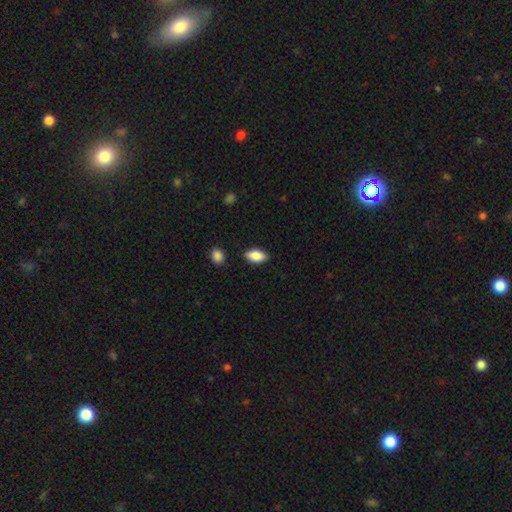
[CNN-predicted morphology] A smooth galaxy with no disk features (86%) that is in between round and cigar-shaped (90%). Merging: none (85%).